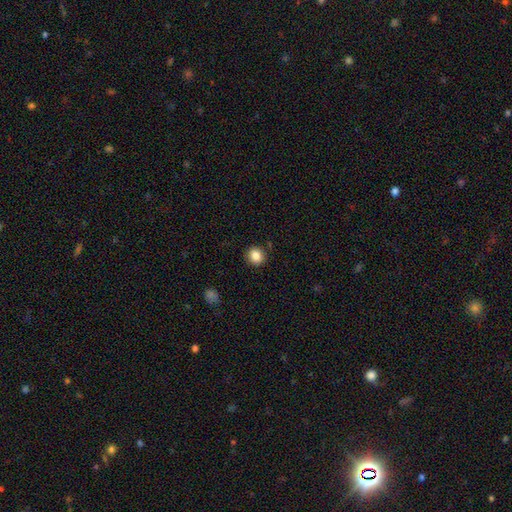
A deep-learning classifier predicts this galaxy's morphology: Smooth or featured: smooth — 85% (star or artifact — 10%)
How rounded: round — 81% (in between — 18%)
Merging: none — 89% (minor disturbance — 7%)